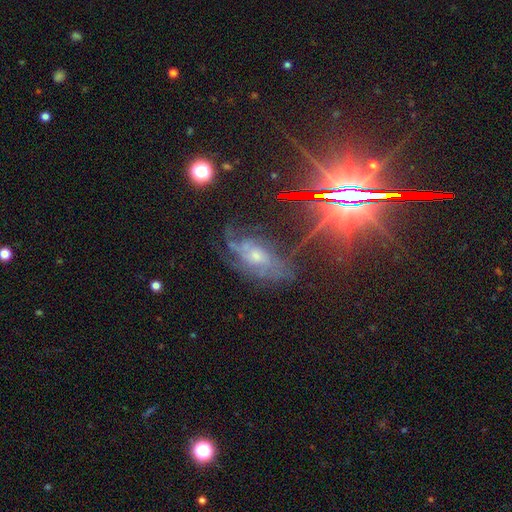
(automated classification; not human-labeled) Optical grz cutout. It shows a featured or disk galaxy (62%) with no bar (71%), spiral arms (86%) and a small central bulge (48%). Merging: none (58%).